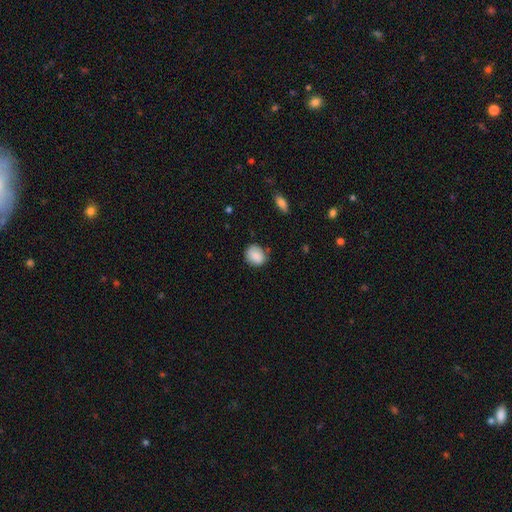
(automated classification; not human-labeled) The model was most divided on "how rounded": round: 59%, in between: 40%, cigar-shaped: 1%. More confident: smooth or featured — smooth (85%); merging — none (73%).